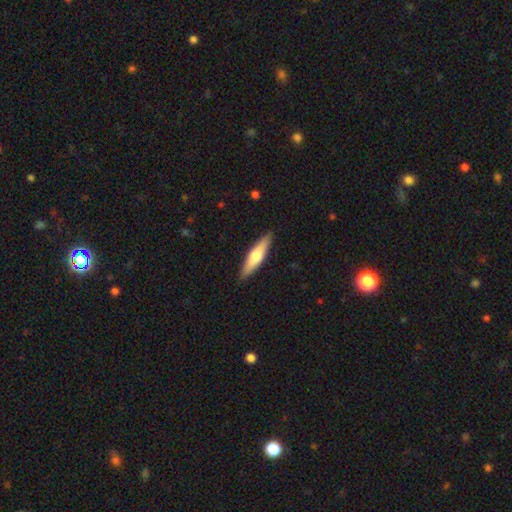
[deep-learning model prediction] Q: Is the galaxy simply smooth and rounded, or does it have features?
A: smooth — 55%.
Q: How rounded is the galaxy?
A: cigar-shaped — 77%.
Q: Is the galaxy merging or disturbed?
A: none — 89%.